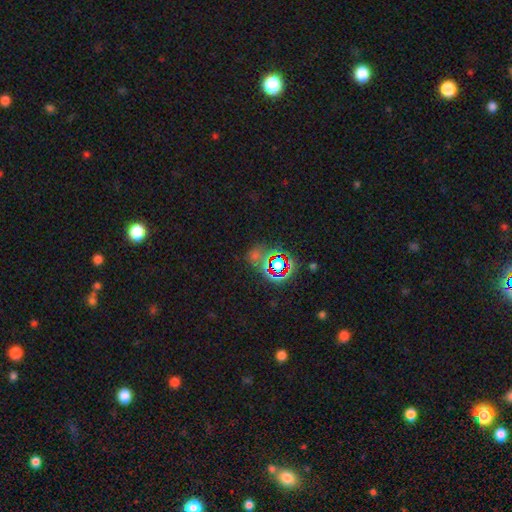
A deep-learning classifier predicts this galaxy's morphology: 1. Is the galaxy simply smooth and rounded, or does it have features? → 66% star or artifact, 24% smooth, 10% featured or disk.